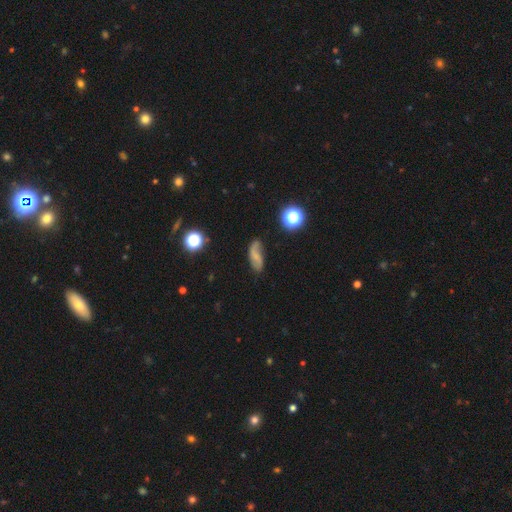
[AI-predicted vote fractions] A featured or disk galaxy (48%). Merging: none (61%).